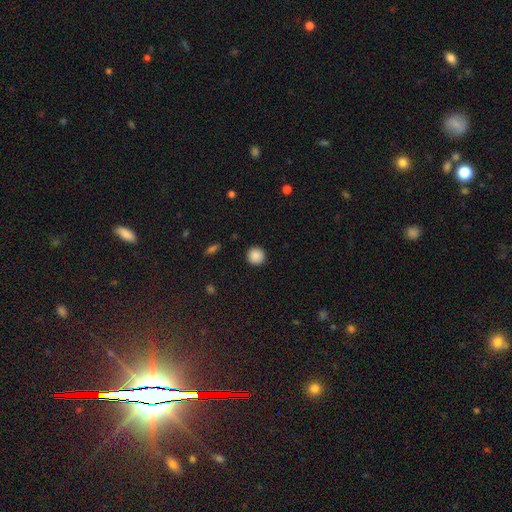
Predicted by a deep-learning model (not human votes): A smooth galaxy with no disk features (88%) that is round (95%).

Vote fractions:
- Smooth or featured? smooth: 88% / star or artifact: 9% / featured or disk: 3%
- How rounded? round: 95% / in between: 4% / cigar-shaped: 1%
- Merging? none: 92% / minor disturbance: 5% / major disturbance: 2% / merger: 1%